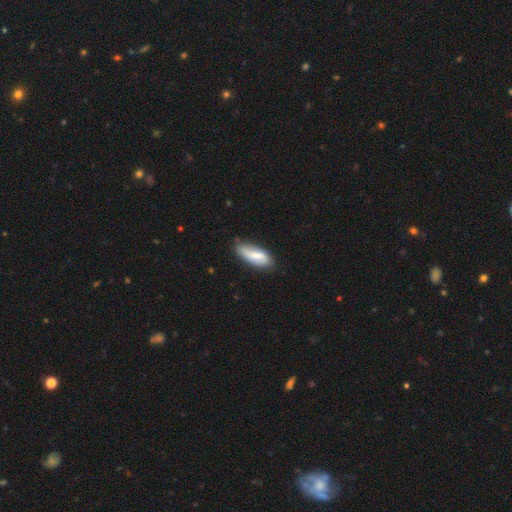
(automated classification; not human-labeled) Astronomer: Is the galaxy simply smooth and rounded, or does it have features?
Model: smooth — 66%.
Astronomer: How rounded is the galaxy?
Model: in between — 75%.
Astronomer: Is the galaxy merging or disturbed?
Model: none — 67%.